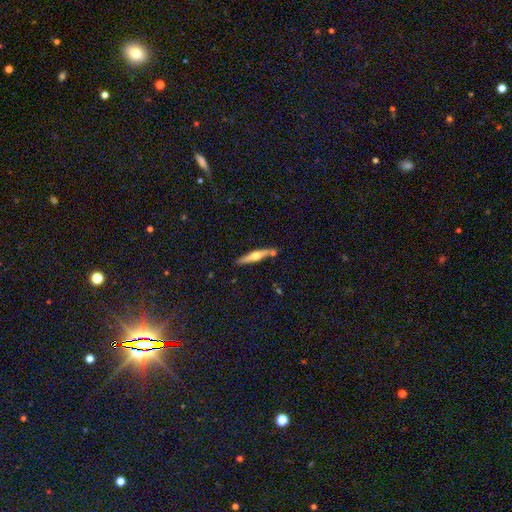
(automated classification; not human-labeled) Smooth or featured: featured or disk — 59% (smooth — 36%)
Edge-on disk: yes — 96% (no — 4%)
Edge-on bulge: rounded — 92% (none — 4%)
Merging: none — 79% (minor disturbance — 11%)